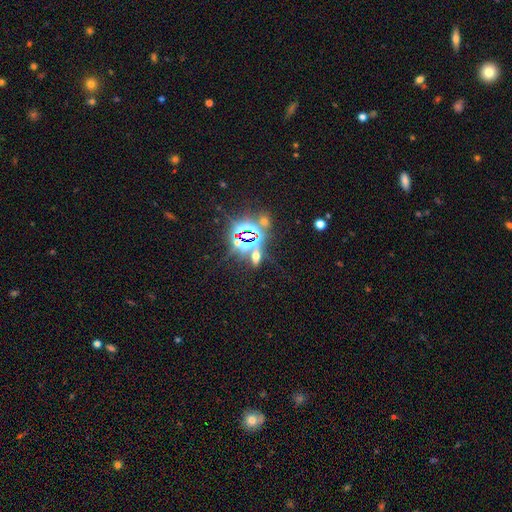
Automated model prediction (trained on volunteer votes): star or artifact 60%, smooth 26%, featured or disk 13%.